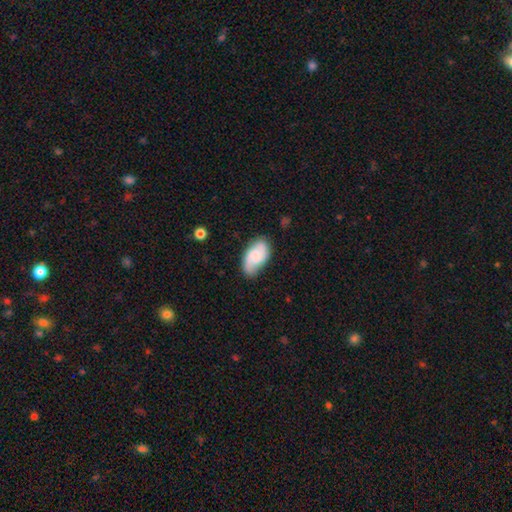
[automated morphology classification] smooth 50%, featured or disk 43%, star or artifact 7%. Down the decision tree: merging — none (69%).